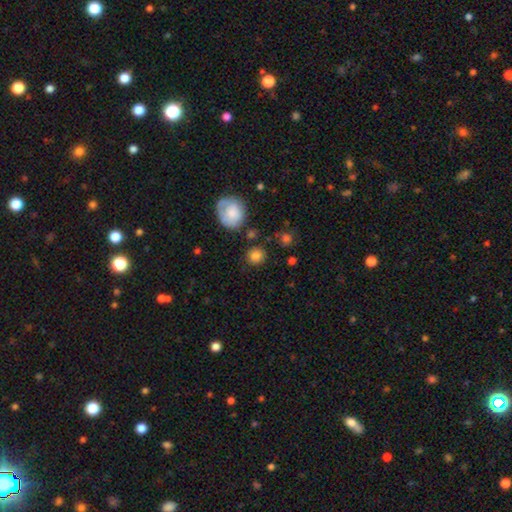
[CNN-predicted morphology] smooth 83%, star or artifact 10%, featured or disk 7%. Down the decision tree: how rounded — round (88%); merging — none (83%).